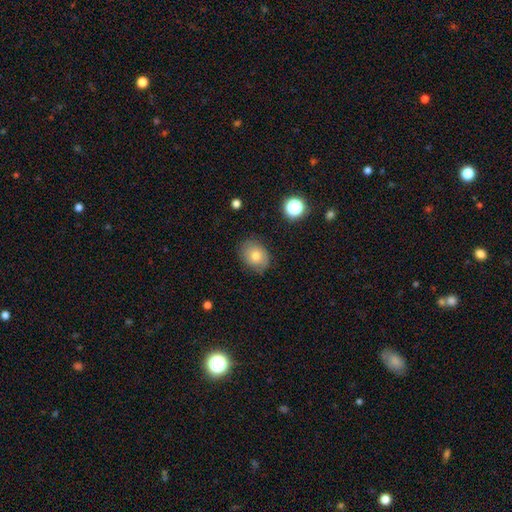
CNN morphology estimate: A smooth galaxy with no disk features (63%) that is in between round and cigar-shaped (54%).

Vote fractions:
- Smooth or featured? smooth: 63% / featured or disk: 26% / star or artifact: 11%
- How rounded? in between: 54% / round: 45% / cigar-shaped: 1%
- Merging? none: 75% / minor disturbance: 19% / major disturbance: 5% / merger: 1%